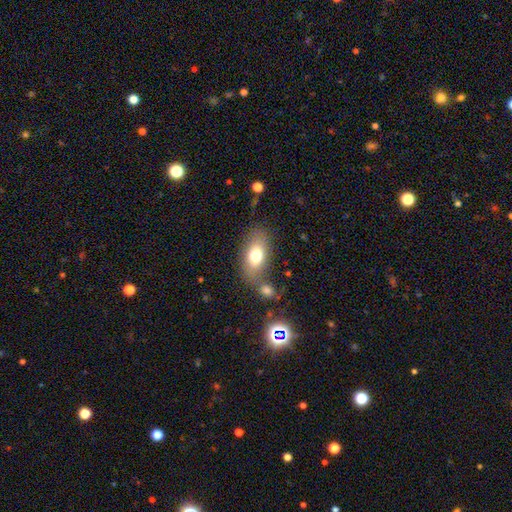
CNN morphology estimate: Smooth or featured: smooth — 74% (featured or disk — 18%)
How rounded: in between — 88% (round — 7%)
Merging: none — 67% (minor disturbance — 15%)